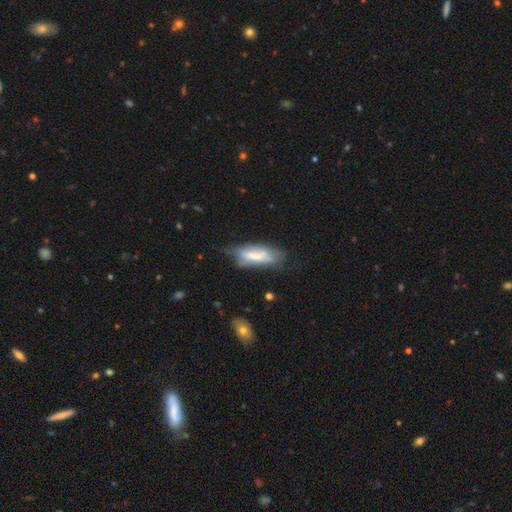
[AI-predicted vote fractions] This appears to be a smooth galaxy with no disk features (58%) that is in between round and cigar-shaped (58%). Merging: none (47%).